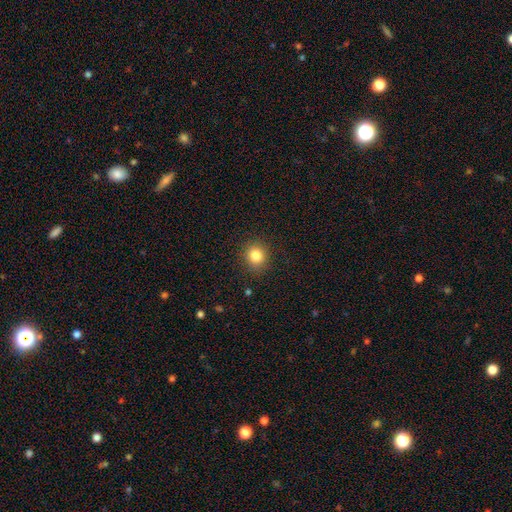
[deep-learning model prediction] Q: Smooth or featured?
A: smooth (83%); runner-up: star or artifact (11%)
Q: How rounded?
A: round (86%); runner-up: in between (13%)
Q: Merging?
A: none (89%); runner-up: minor disturbance (7%)